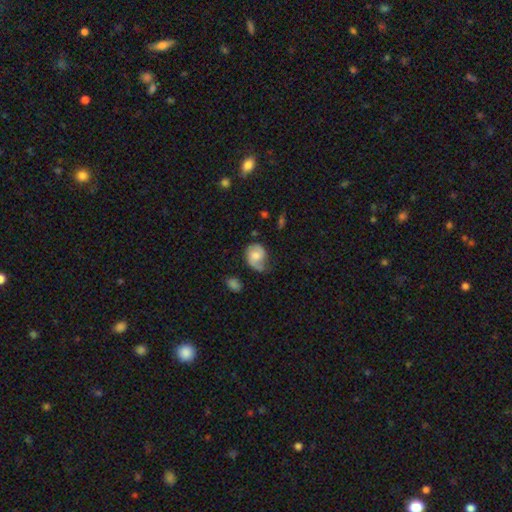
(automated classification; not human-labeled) The model was most divided on "smooth or featured": featured or disk: 48%, smooth: 44%, star or artifact: 8%. Remaining: merging — none (43%).